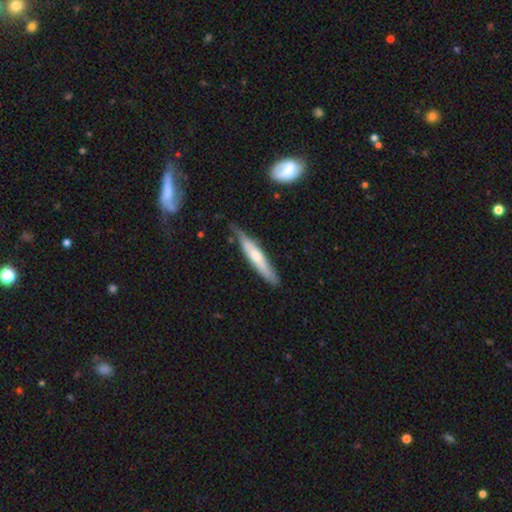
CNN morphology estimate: A smooth galaxy with no disk features (47%, tied with featured or disk).

Vote fractions:
- Smooth or featured? smooth: 47% (tied) / featured or disk: 47% (tied) / star or artifact: 5%
- Merging? none: 71% / minor disturbance: 23% / major disturbance: 4% / merger: 2%